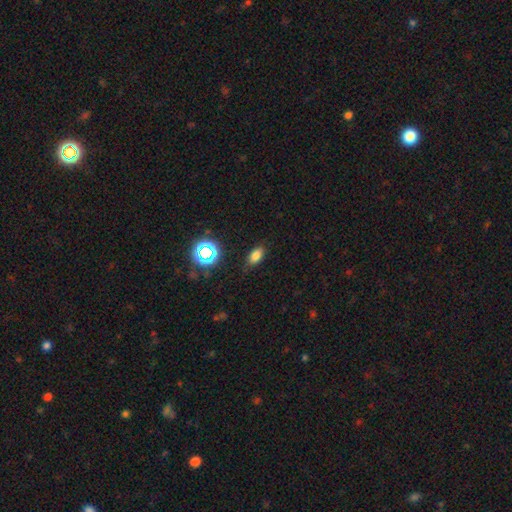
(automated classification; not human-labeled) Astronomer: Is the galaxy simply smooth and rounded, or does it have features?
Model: smooth — 75%.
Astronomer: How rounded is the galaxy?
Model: in between — 87%.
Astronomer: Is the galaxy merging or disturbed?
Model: none — 82%.